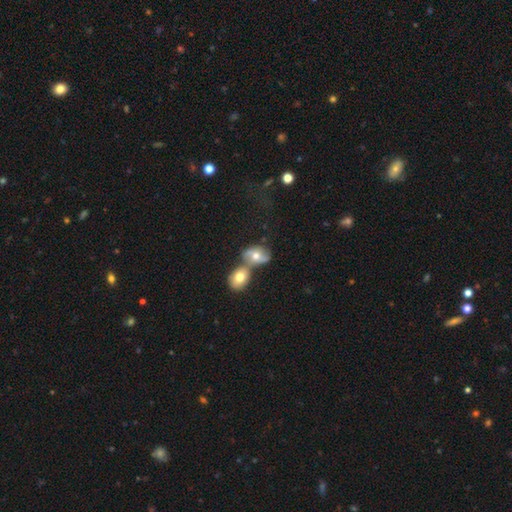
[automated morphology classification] Smooth or featured?
  - smooth: 55% *
  - featured or disk: 35%
  - star or artifact: 10%
How rounded?
  - in between: 65% *
  - round: 33%
  - cigar-shaped: 2%
Merging?
  - merger: 58% *
  - none: 25%
  - minor disturbance: 10%
  - major disturbance: 7%